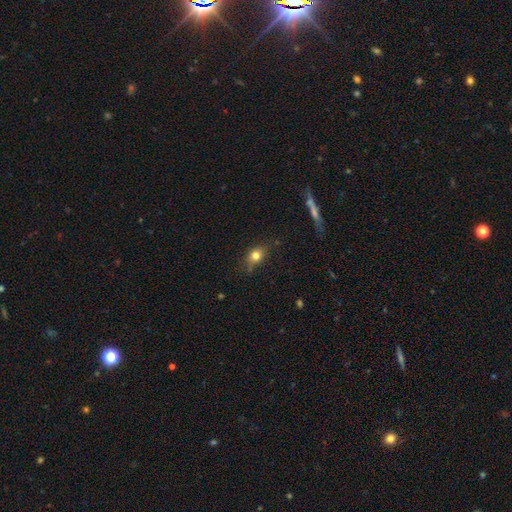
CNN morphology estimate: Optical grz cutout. It shows a smooth galaxy with no disk features (76%) that is in between round and cigar-shaped (56%). Merging: none (69%).